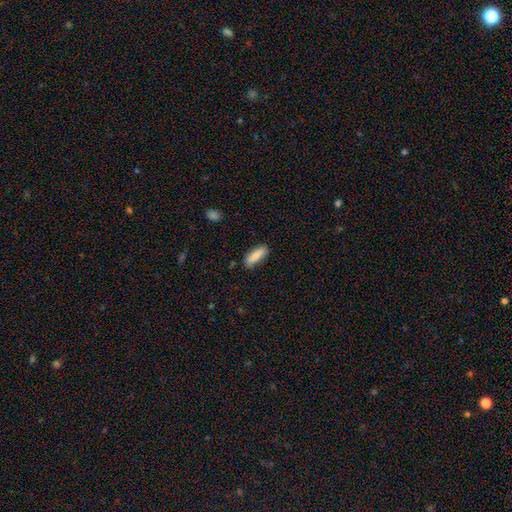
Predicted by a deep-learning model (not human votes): Smooth or featured? Predicted: smooth (p=0.83). How rounded? Predicted: in between (p=0.61). Merging? Predicted: none (p=0.83).